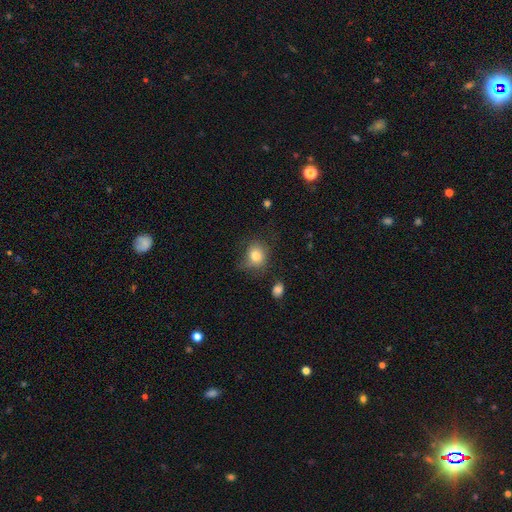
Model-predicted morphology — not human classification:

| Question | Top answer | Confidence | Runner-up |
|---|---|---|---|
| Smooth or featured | smooth | 80% | star or artifact (11%) |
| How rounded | round | 66% | in between (33%) |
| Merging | none | 63% | minor disturbance (24%) |